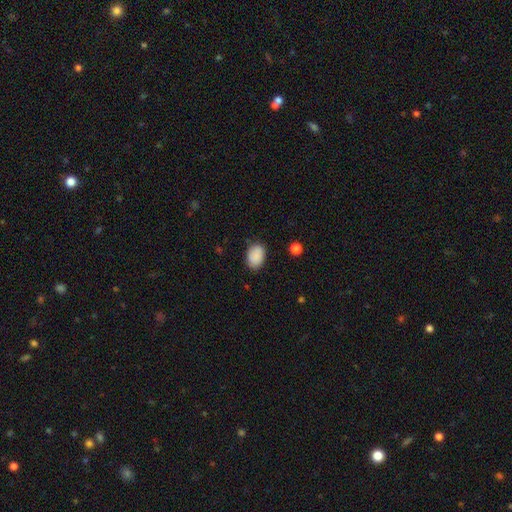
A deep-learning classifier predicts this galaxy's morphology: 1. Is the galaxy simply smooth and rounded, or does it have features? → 89% smooth, 7% star or artifact, 4% featured or disk.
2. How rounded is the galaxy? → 79% in between, 20% round, 1% cigar-shaped.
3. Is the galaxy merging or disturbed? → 81% none, 14% minor disturbance, 3% major disturbance, 1% merger.